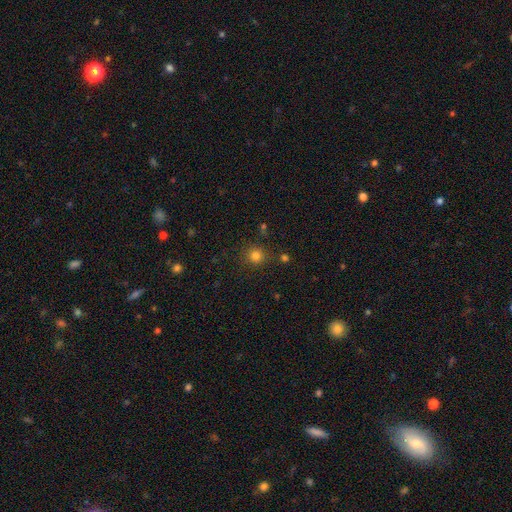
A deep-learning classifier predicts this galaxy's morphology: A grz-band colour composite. It shows a smooth galaxy with no disk features (80%) that is round (91%). Merging: none (83%).